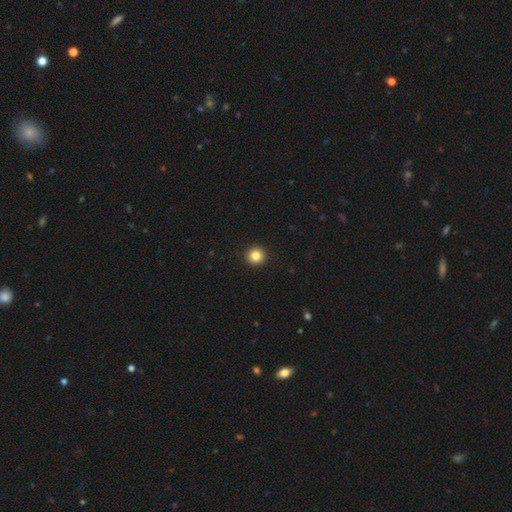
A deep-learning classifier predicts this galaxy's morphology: type=smooth (84%); roundness=round (96%); merging=none (94%).